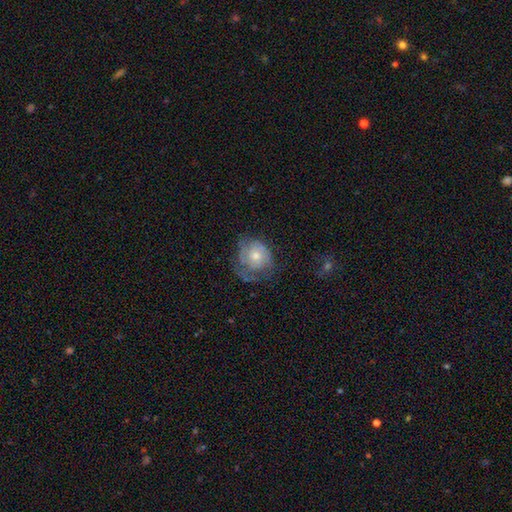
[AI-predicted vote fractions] This is possibly a featured or disk galaxy (48%). Merging: marginally none (43%).